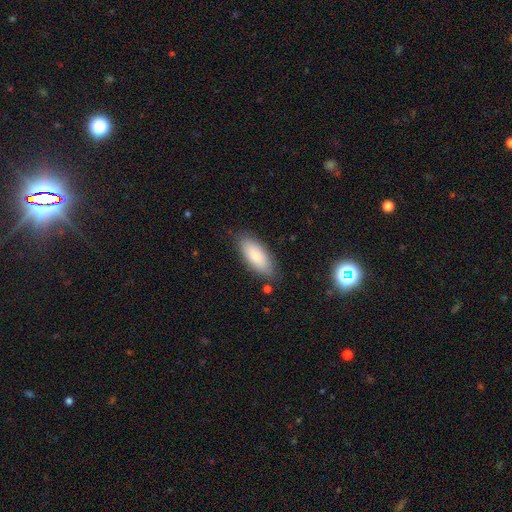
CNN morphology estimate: Smooth or featured: smooth — 83% (featured or disk — 11%)
How rounded: in between — 82% (cigar-shaped — 16%)
Merging: none — 80% (minor disturbance — 14%)